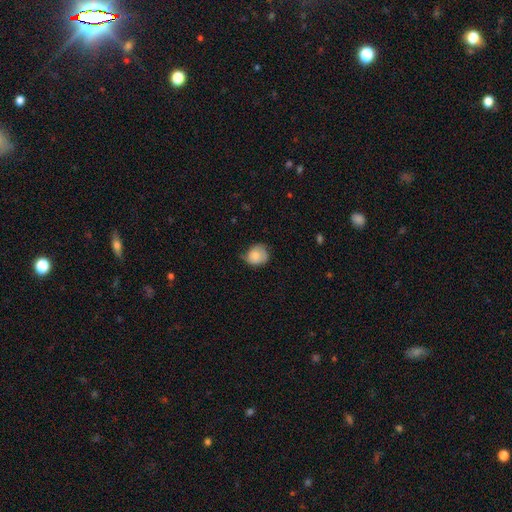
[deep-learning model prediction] Smooth or featured? smooth (77%)
How rounded? round (70%)
Merging? none (46%)